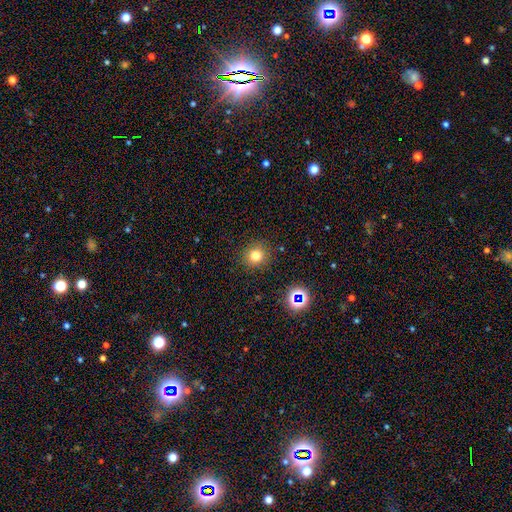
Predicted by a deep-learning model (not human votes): The model was most divided on "smooth or featured": smooth: 76%, star or artifact: 17%, featured or disk: 7%. More confident: how rounded — round (89%); merging — none (88%).